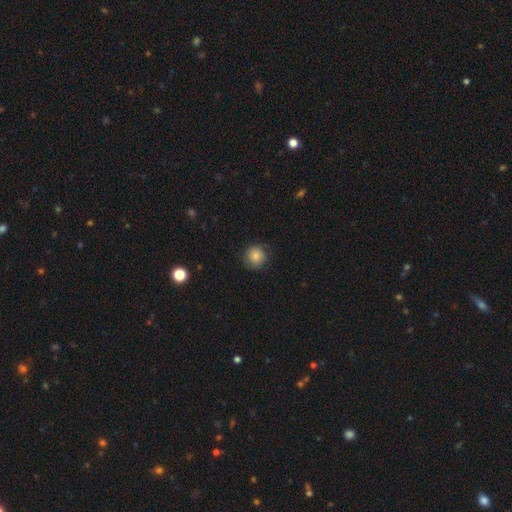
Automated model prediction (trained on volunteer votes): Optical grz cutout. It shows a smooth galaxy with no disk features (78%) that is round (91%). Merging: none (79%).